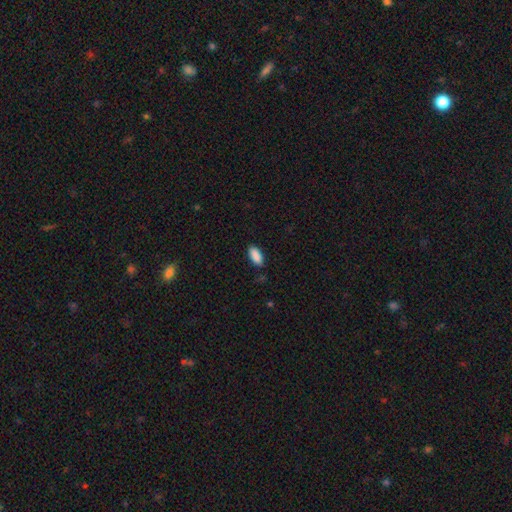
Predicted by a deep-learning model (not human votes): Smooth or featured?
  - smooth: 90% *
  - star or artifact: 7%
  - featured or disk: 3%
How rounded?
  - in between: 88% *
  - cigar-shaped: 10%
  - round: 2%
Merging?
  - none: 85% *
  - minor disturbance: 11%
  - major disturbance: 2%
  - merger: 1%